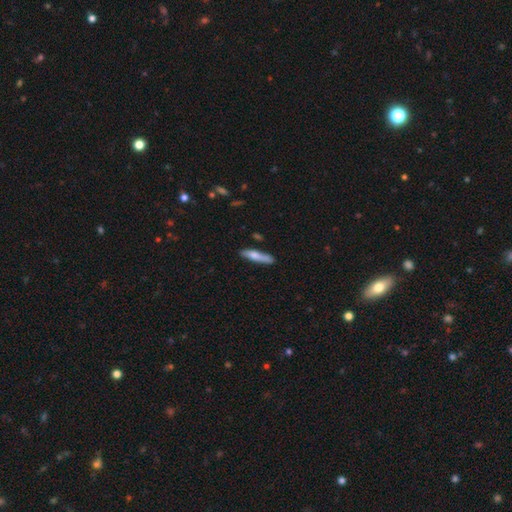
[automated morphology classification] A smooth galaxy with no disk features (70%) that is cigar-shaped (85%).

Vote fractions:
- Smooth or featured? smooth: 70% / featured or disk: 25% / star or artifact: 6%
- How rounded? cigar-shaped: 85% / in between: 14% / round: 2%
- Merging? none: 78% / minor disturbance: 16% / merger: 3% / major disturbance: 3%